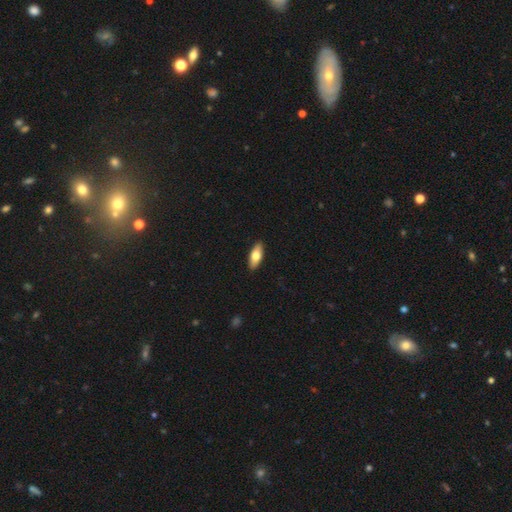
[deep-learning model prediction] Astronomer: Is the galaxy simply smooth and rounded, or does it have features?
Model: smooth — 70%.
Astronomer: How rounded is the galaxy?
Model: in between — 75%.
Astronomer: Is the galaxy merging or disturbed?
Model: none — 91%.